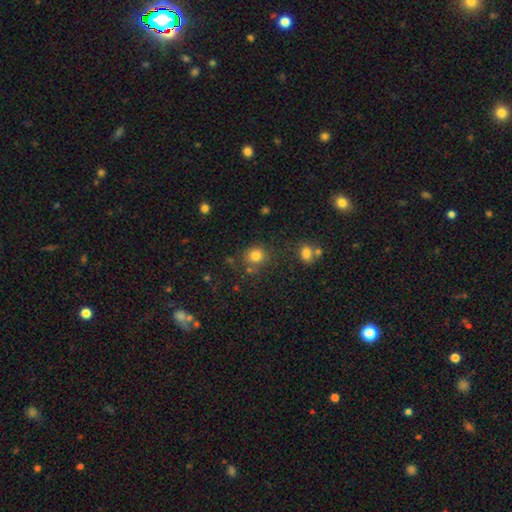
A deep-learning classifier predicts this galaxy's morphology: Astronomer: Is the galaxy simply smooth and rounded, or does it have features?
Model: smooth — 81%.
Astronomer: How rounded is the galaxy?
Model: round — 85%.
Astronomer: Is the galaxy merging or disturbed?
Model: none — 75%.